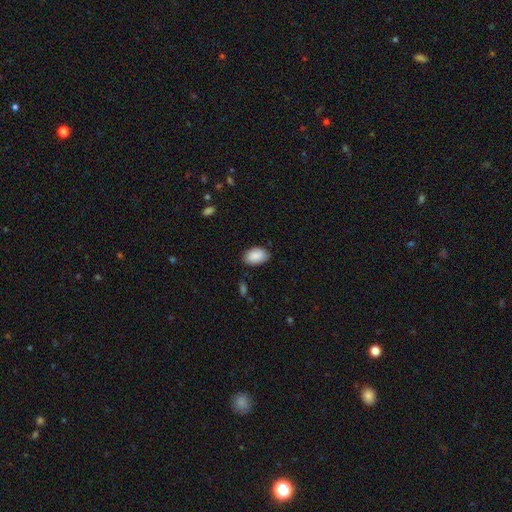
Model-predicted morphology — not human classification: Smooth or featured: smooth — 87% (star or artifact — 7%)
How rounded: in between — 90% (round — 9%)
Merging: none — 78% (minor disturbance — 18%)